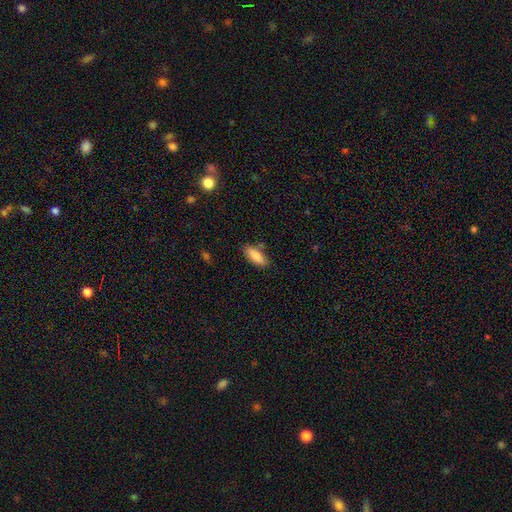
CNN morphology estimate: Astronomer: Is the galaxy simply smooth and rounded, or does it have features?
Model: smooth — 85%.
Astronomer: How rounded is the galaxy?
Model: in between — 75%.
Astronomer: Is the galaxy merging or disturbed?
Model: none — 77%.